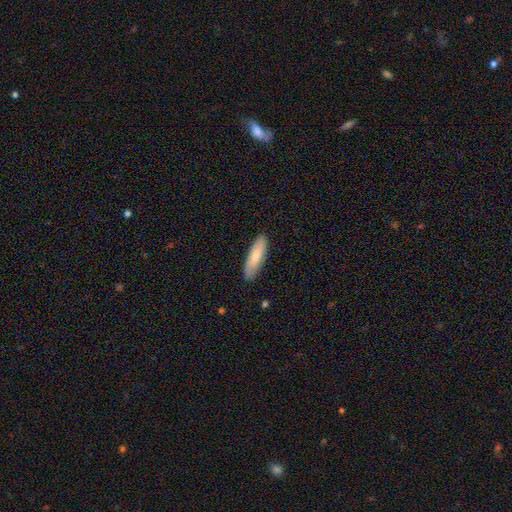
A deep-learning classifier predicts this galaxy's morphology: smooth 78%, featured or disk 16%, star or artifact 5%. Down the decision tree: how rounded — cigar-shaped (56%); merging — none (86%).